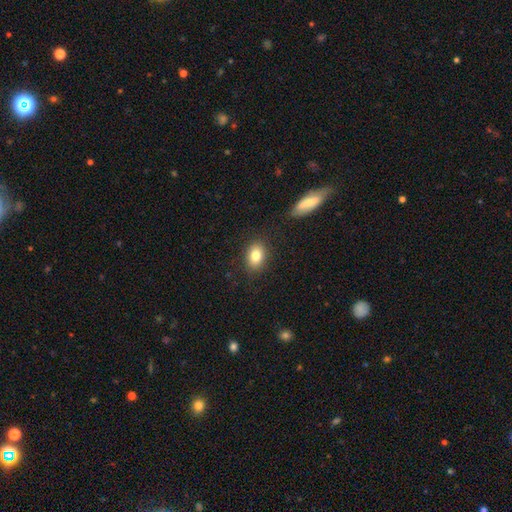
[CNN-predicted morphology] This appears to be a smooth galaxy with no disk features (81%) that is in between round and cigar-shaped (76%). Merging: none (85%).